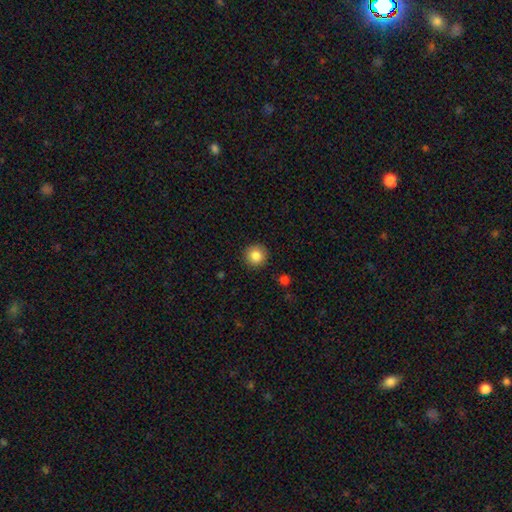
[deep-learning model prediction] The model was most divided on "smooth or featured": smooth: 85%, star or artifact: 9%, featured or disk: 6%. More confident: how rounded — round (95%); merging — none (92%).